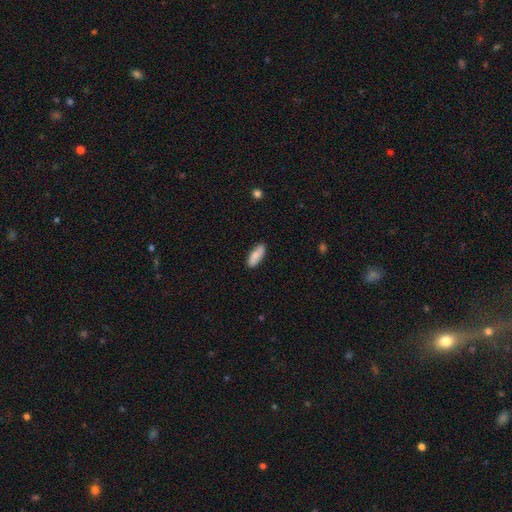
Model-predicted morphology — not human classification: type=smooth (80%); roundness=in between (69%); merging=none (86%).